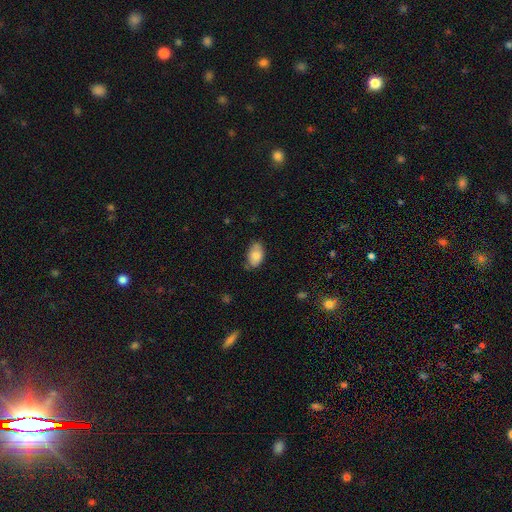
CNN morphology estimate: A smooth galaxy with no disk features (83%) that is in between round and cigar-shaped (91%).

Vote fractions:
- Smooth or featured? smooth: 83% / featured or disk: 10% / star or artifact: 7%
- How rounded? in between: 91% / round: 7% / cigar-shaped: 1%
- Merging? none: 64% / minor disturbance: 29% / major disturbance: 5% / merger: 2%